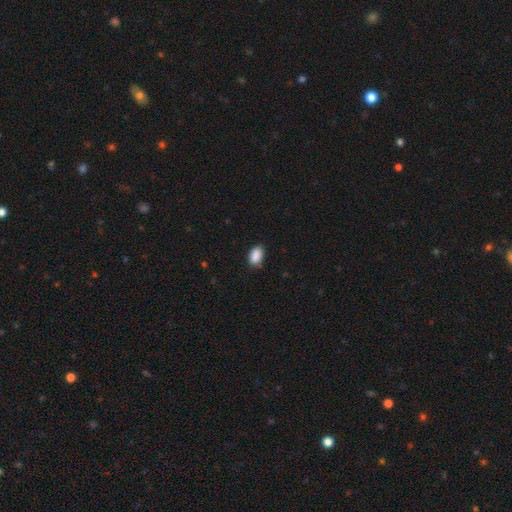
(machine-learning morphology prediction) smooth_or_featured: smooth (p=0.89) [alt: star or artifact p=0.07]
how_rounded: in between (p=0.90) [alt: round p=0.08]
merging: none (p=0.80) [alt: minor disturbance p=0.16]